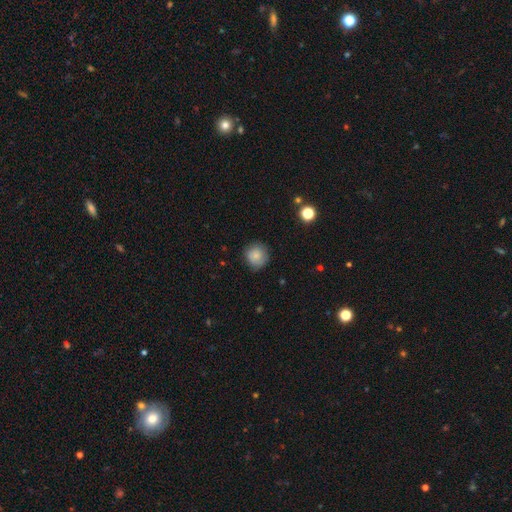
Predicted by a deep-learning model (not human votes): Overall: smooth (82%). How rounded: round (91%). Merging: none (80%).